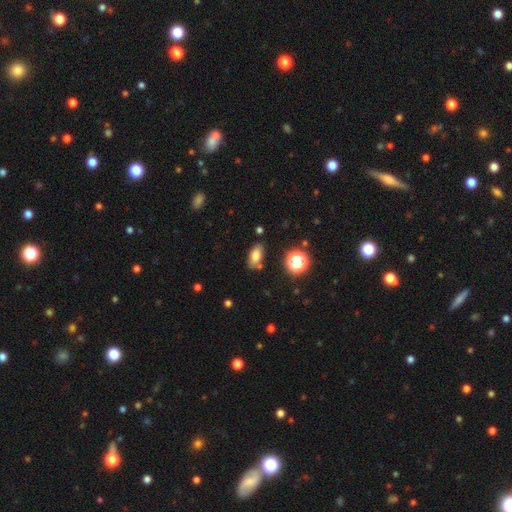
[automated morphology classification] type=smooth (77%); roundness=in between (86%); merging=none (75%).